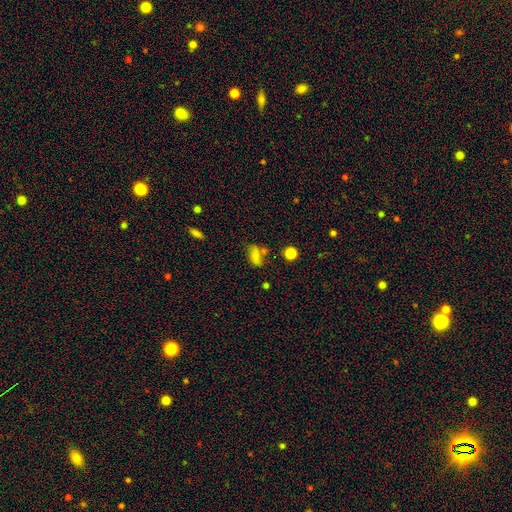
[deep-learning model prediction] A smooth galaxy with no disk features (66%) that is in between round and cigar-shaped (80%). Merging: none (52%).